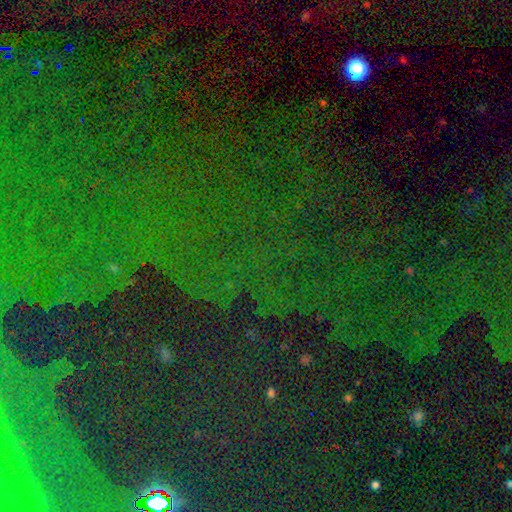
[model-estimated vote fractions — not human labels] This is clearly a star or artifact rather than a galaxy (80%).